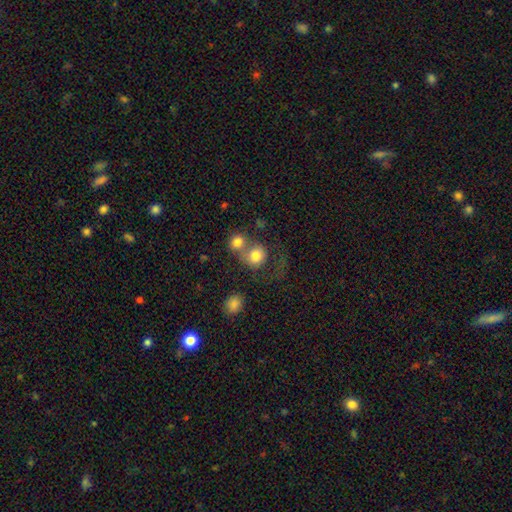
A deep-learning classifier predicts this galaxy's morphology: smooth-or-featured: smooth: 77% | featured or disk: 14% | star or artifact: 9%
  how-rounded: round: 80% | in between: 19% | cigar-shaped: 1%
  merging: merger: 53% | none: 28% | major disturbance: 11% | minor disturbance: 8%